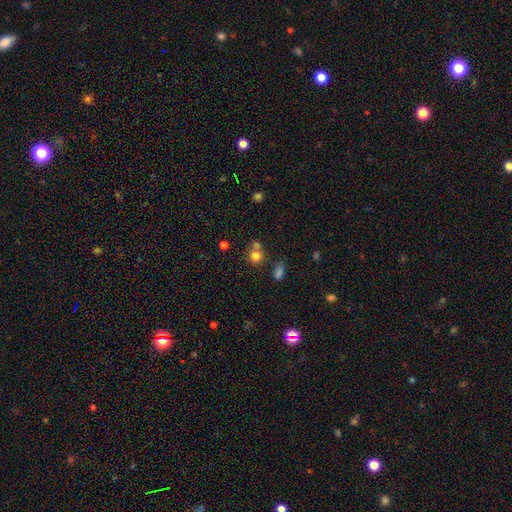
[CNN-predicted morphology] Overall: smooth (76%). How rounded: round (85%). Merging: none (54%; merger 33%).